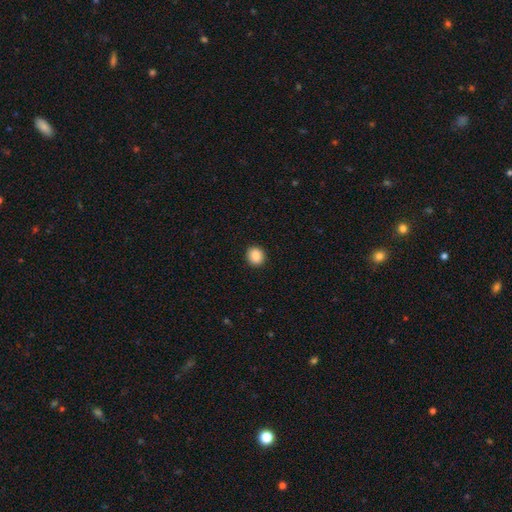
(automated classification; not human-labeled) Q: Smooth or featured?
A: smooth (88%); runner-up: star or artifact (8%)
Q: How rounded?
A: round (79%); runner-up: in between (20%)
Q: Merging?
A: none (92%); runner-up: minor disturbance (6%)